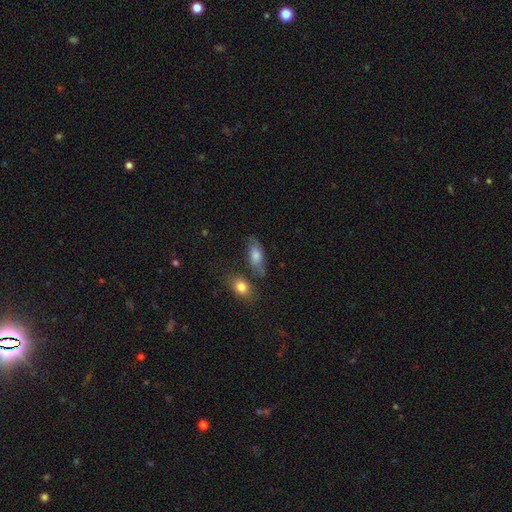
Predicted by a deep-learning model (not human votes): Overall: smooth (66%). How rounded: in between (78%). Merging: none (66%).